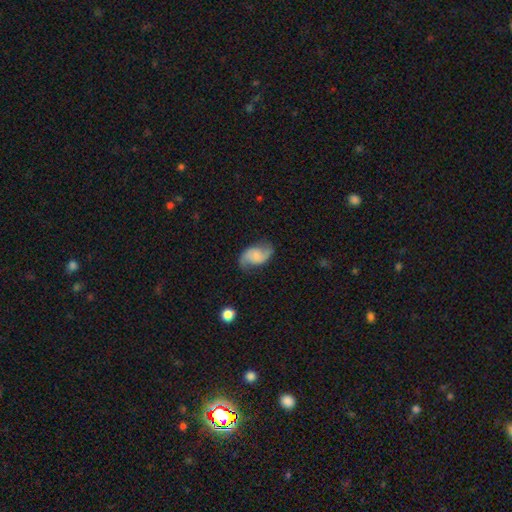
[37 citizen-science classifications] Volunteers were most divided on "spiral winding": loose: 46%, medium: 42%, tight: 12%. More confident: edge-on disk — no (100%); spiral arms — yes (100%); spiral arm count — 2 (96%); merging — none (68%); smooth or featured — featured or disk (65%); bar — no (58%); bulge size — small (58%).